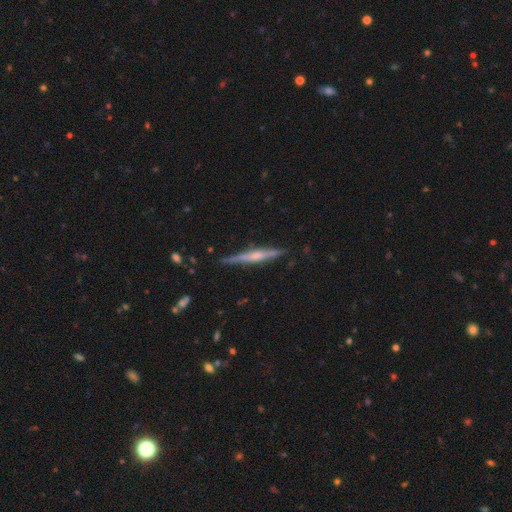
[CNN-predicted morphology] Smooth or featured? featured or disk (71%)
Edge-on disk? yes (97%)
Edge-on bulge? rounded (63%)
Merging? none (85%)